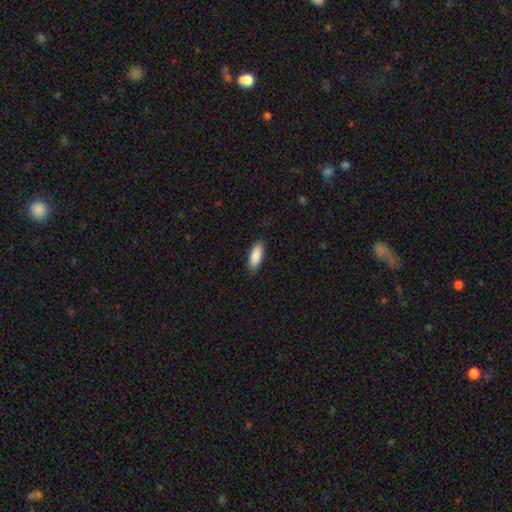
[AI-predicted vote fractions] smooth 88%, featured or disk 6%, star or artifact 5%. Down the decision tree: how rounded — in between (75%); merging — none (86%).